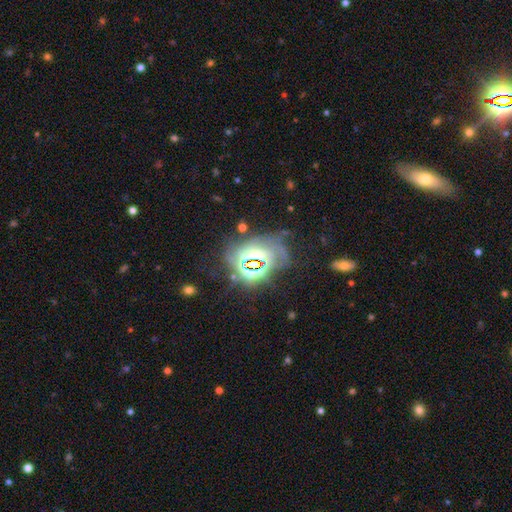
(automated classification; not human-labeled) Smooth or featured? Predicted: star or artifact (p=0.50).